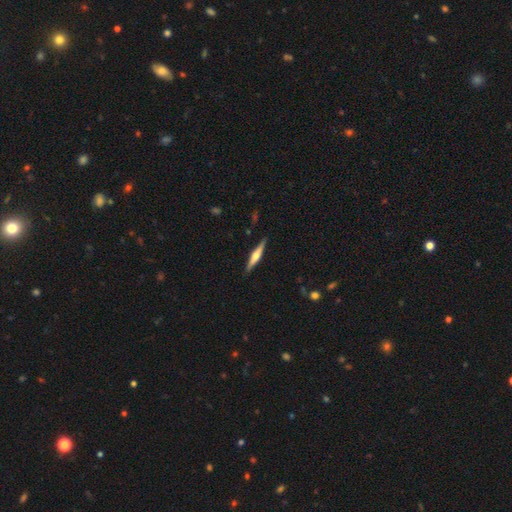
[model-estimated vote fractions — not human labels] Smooth or featured? Predicted: featured or disk (p=0.66). Edge-on disk? Predicted: yes (p=0.97). Edge-on bulge? Predicted: rounded (p=0.87). Merging? Predicted: none (p=0.89).